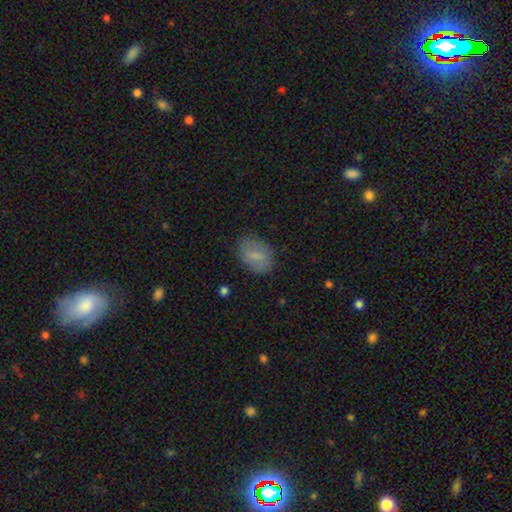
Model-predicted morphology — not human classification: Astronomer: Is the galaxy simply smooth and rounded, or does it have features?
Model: smooth — 74%.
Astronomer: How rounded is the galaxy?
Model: in between — 82%.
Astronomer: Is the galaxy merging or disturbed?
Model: none — 79%.